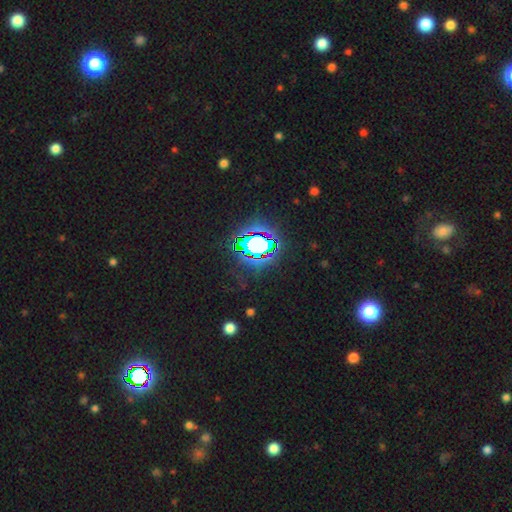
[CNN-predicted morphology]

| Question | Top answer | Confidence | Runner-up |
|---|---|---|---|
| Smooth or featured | star or artifact | 70% | smooth (18%) |